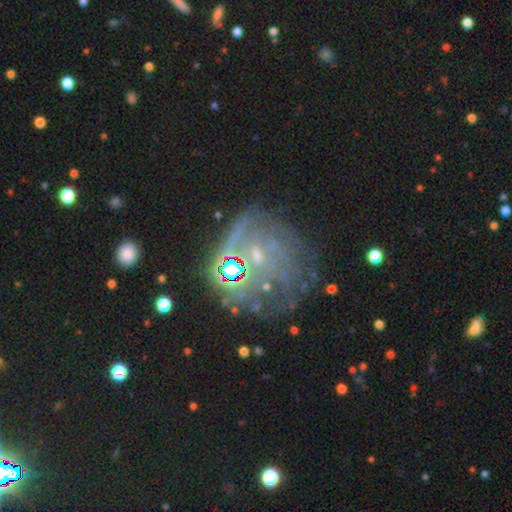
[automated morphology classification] A featured or disk galaxy (66%) with no bar (61%), spiral arms (75%) and a small central bulge (48%).

Vote fractions:
- Smooth or featured? featured or disk: 66% / star or artifact: 20% / smooth: 14%
- Edge-on disk? no: 97% / yes: 3%
- Bar? no: 61% / weak: 31% / strong: 8%
- Spiral arms? yes: 75% / no: 25%
- Bulge size? small: 48% / moderate: 32% / none: 15% / large: 3% / dominant: 2%
- Merging? none: 55% / major disturbance: 20% / minor disturbance: 19% / merger: 5%